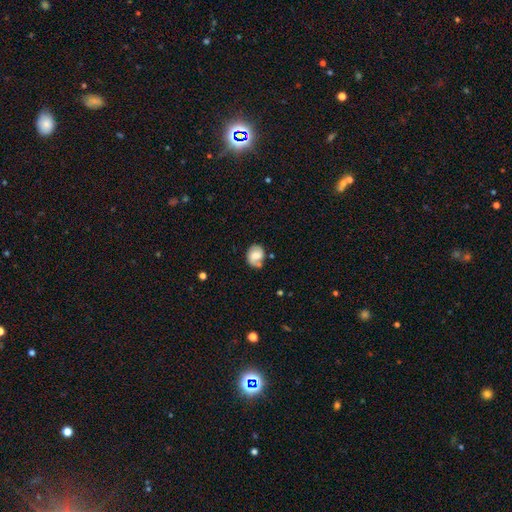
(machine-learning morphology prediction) Smooth or featured?
  - featured or disk: 49% *
  - smooth: 43%
  - star or artifact: 8%
Merging?
  - none: 60% *
  - minor disturbance: 24%
  - major disturbance: 9%
  - merger: 6%